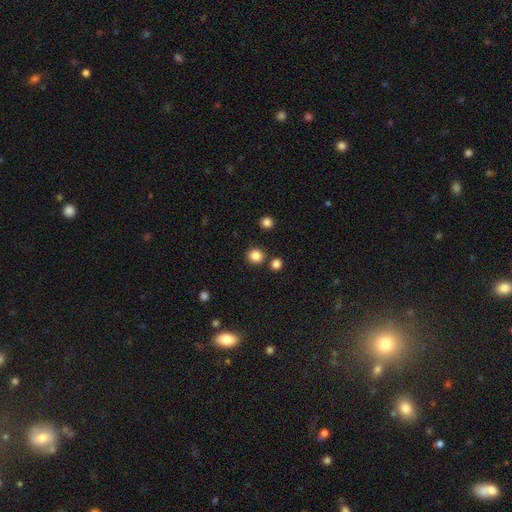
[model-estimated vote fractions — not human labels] Smooth or featured?
  - smooth: 85% *
  - star or artifact: 11%
  - featured or disk: 4%
How rounded?
  - round: 89% *
  - in between: 10%
  - cigar-shaped: 1%
Merging?
  - none: 84% *
  - merger: 7%
  - minor disturbance: 6%
  - major disturbance: 2%